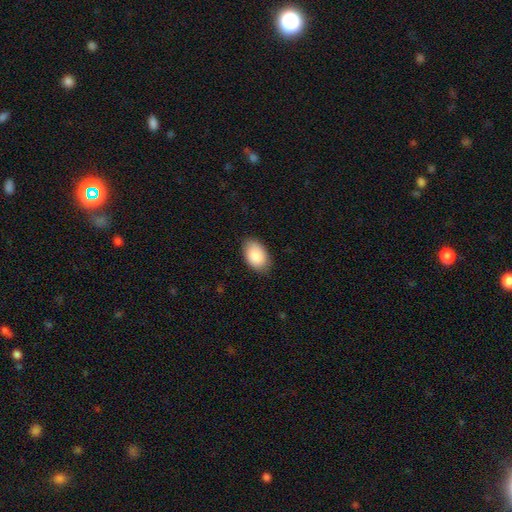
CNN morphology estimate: smooth 88%, star or artifact 6%, featured or disk 5%. Down the decision tree: how rounded — in between (91%); merging — none (82%).